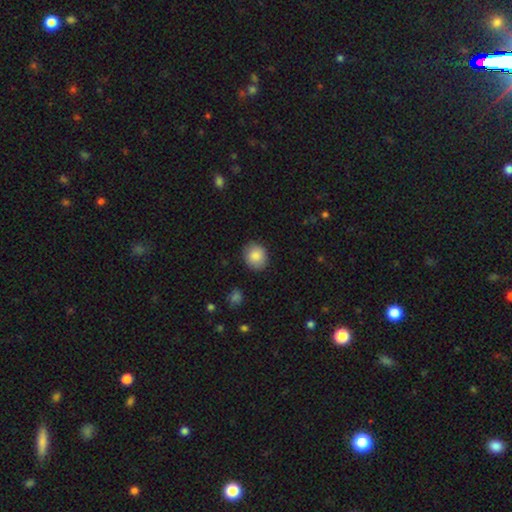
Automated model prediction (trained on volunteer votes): This appears to be a smooth galaxy with no disk features (87%) that is round (77%). Merging: none (86%).